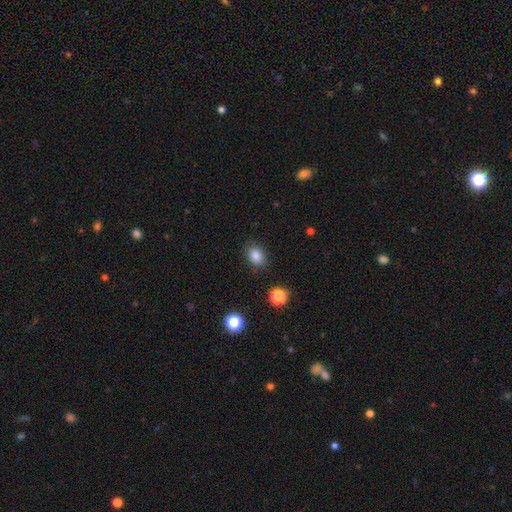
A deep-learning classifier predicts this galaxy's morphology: smooth_or_featured: smooth (p=0.85) [alt: star or artifact p=0.11]
how_rounded: in between (p=0.63) [alt: round p=0.36]
merging: none (p=0.83) [alt: minor disturbance p=0.12]